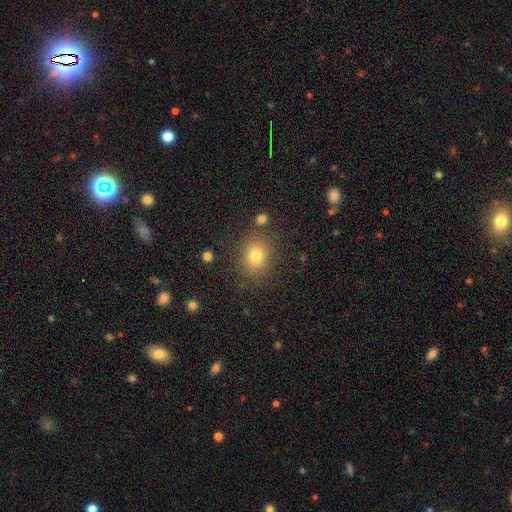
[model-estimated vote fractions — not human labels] This is likely a smooth galaxy (79%). How rounded: possibly round (50%). Merging: clearly none (81%).